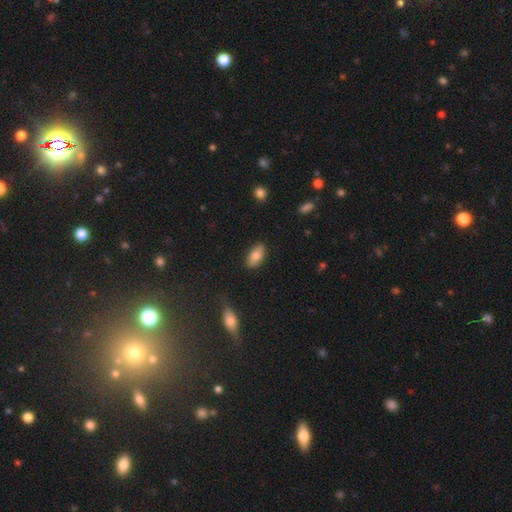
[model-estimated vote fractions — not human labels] Smooth or featured?
  - smooth: 77% *
  - featured or disk: 16%
  - star or artifact: 7%
How rounded?
  - in between: 86% *
  - cigar-shaped: 11%
  - round: 3%
Merging?
  - none: 86% *
  - minor disturbance: 10%
  - major disturbance: 2%
  - merger: 1%